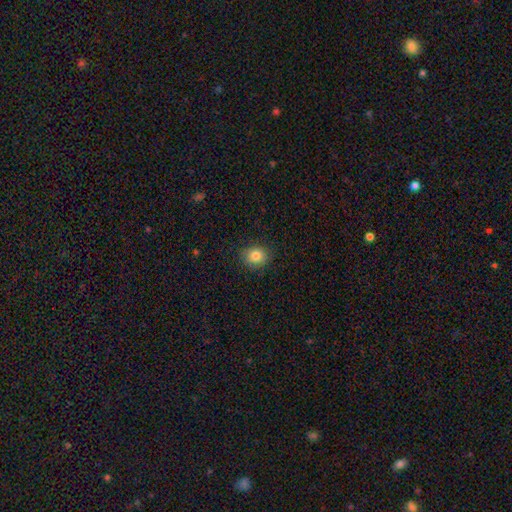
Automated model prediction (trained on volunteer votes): Smooth or featured? smooth (83%)
How rounded? round (74%)
Merging? none (87%)